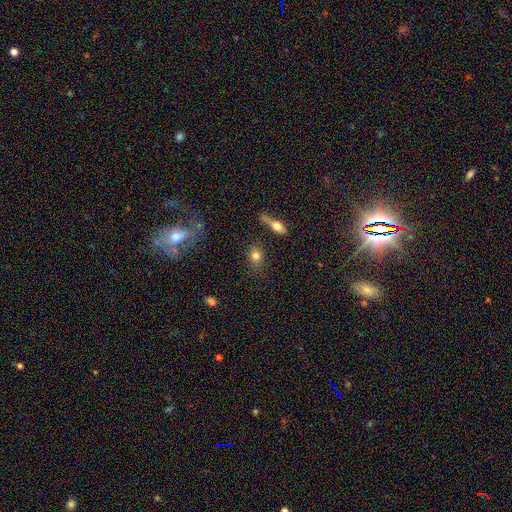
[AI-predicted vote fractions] This appears to be a smooth galaxy with no disk features (78%) that is round (50%). Merging: none (73%).